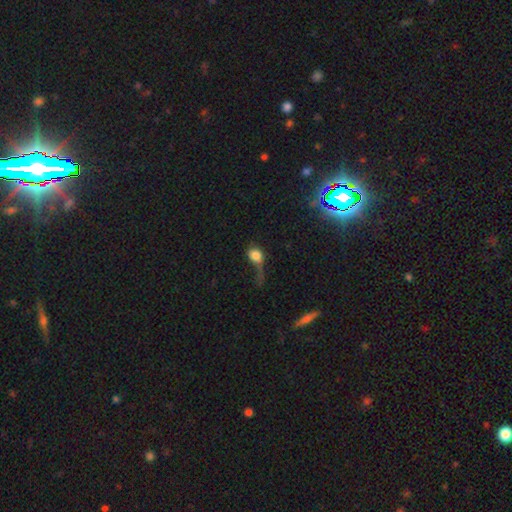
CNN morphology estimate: A smooth galaxy with no disk features (72%) that is round (49%).

Vote fractions:
- Smooth or featured? smooth: 72% / featured or disk: 18% / star or artifact: 10%
- How rounded? round: 49% / in between: 48% / cigar-shaped: 3%
- Merging? major disturbance: 56% / minor disturbance: 18% / none: 18% / merger: 8%